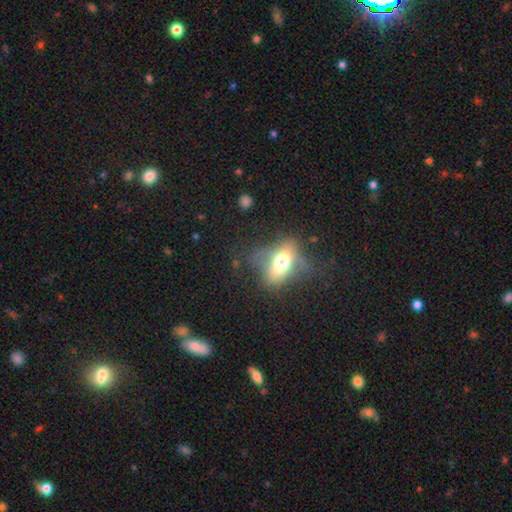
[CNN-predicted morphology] featured or disk 43%, smooth 37%, star or artifact 20%. Down the decision tree: merging — none (64%).